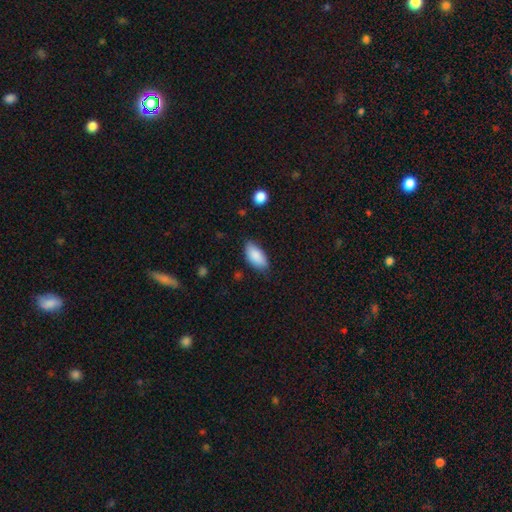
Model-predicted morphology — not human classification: A smooth galaxy with no disk features (87%) that is in between round and cigar-shaped (90%).

Vote fractions:
- Smooth or featured? smooth: 87% / star or artifact: 6% / featured or disk: 6%
- How rounded? in between: 90% / cigar-shaped: 8% / round: 2%
- Merging? none: 76% / minor disturbance: 20% / major disturbance: 3% / merger: 1%